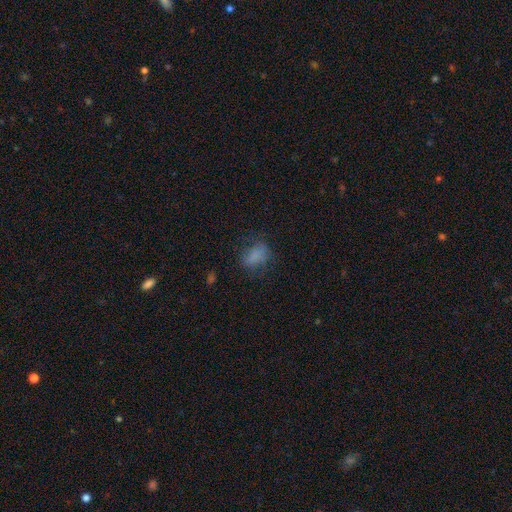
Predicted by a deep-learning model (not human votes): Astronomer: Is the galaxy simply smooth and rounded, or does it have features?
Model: smooth — 72%.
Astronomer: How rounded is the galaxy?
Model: in between — 76%.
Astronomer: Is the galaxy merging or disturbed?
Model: none — 58%.